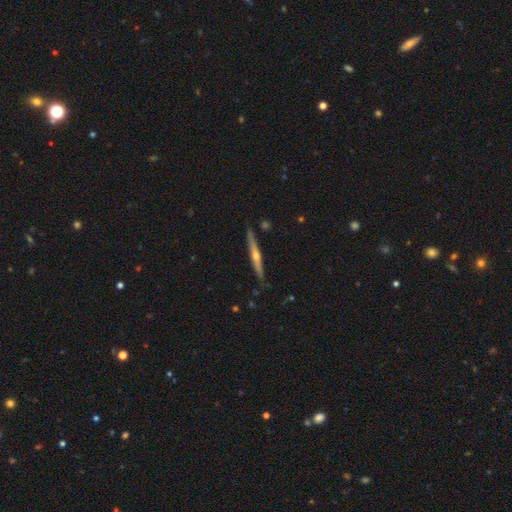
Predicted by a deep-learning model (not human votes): smooth-or-featured: featured or disk: 69% | smooth: 25% | star or artifact: 6%
  disk-edge-on: yes: 97% | no: 3%
    edge-on-bulge: rounded: 83% | none: 14% | boxy: 3%
  merging: none: 86% | minor disturbance: 10% | merger: 2% | major disturbance: 2%